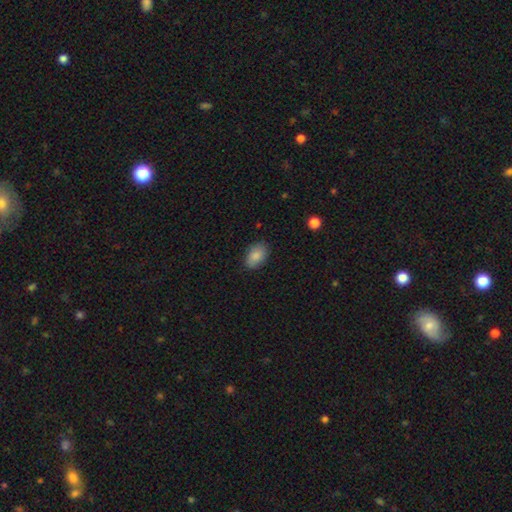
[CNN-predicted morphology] This is clearly a smooth galaxy (86%). How rounded: clearly in between (88%). Merging: clearly none (82%).